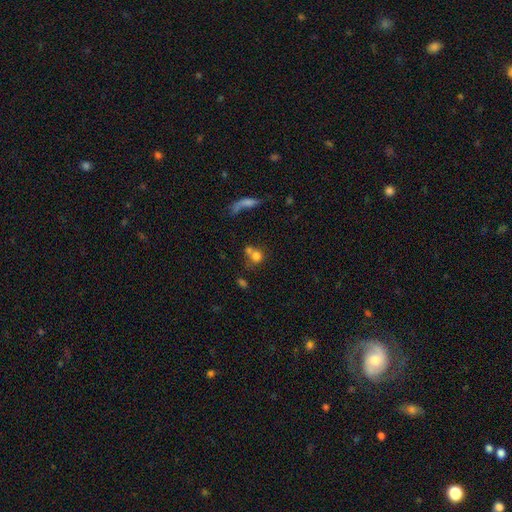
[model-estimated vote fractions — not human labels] Smooth or featured? smooth (75%)
How rounded? round (77%)
Merging? merger (44%)